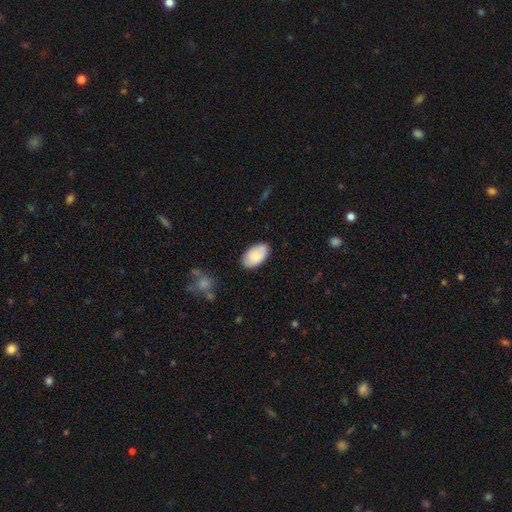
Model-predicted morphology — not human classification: A smooth galaxy with no disk features (77%) that is in between round and cigar-shaped (95%). Merging: none (81%).